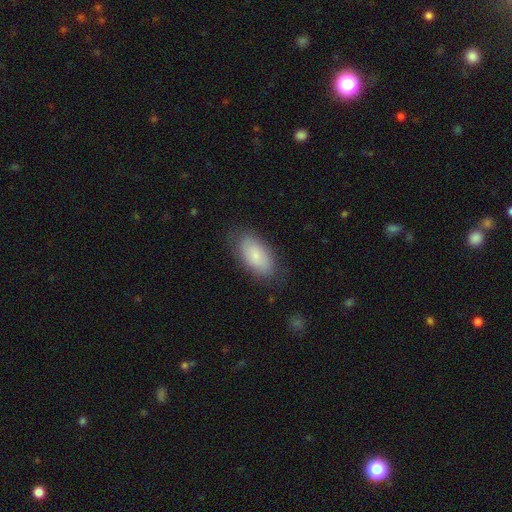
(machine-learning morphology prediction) This appears to be a smooth galaxy with no disk features (80%) that is in between round and cigar-shaped (93%). Merging: none (79%).